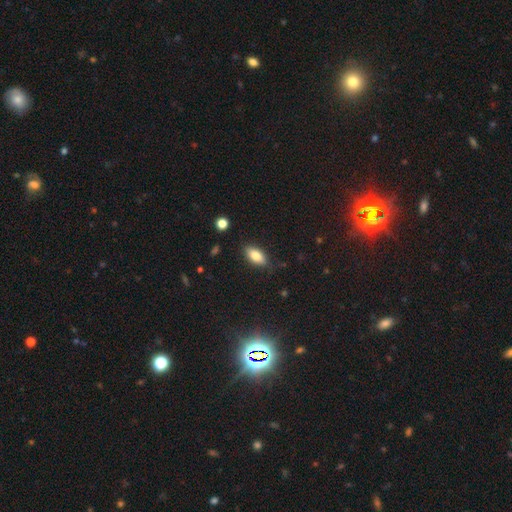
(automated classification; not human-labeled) Smooth or featured?
  - smooth: 81% *
  - featured or disk: 11%
  - star or artifact: 8%
How rounded?
  - in between: 88% *
  - cigar-shaped: 9%
  - round: 3%
Merging?
  - none: 83% *
  - minor disturbance: 13%
  - major disturbance: 3%
  - merger: 1%